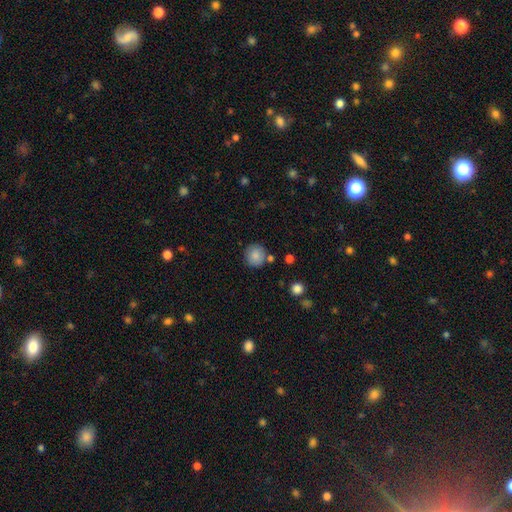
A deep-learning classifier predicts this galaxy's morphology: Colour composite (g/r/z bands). It shows a smooth galaxy with no disk features (86%) that is round (92%). Merging: none (82%).